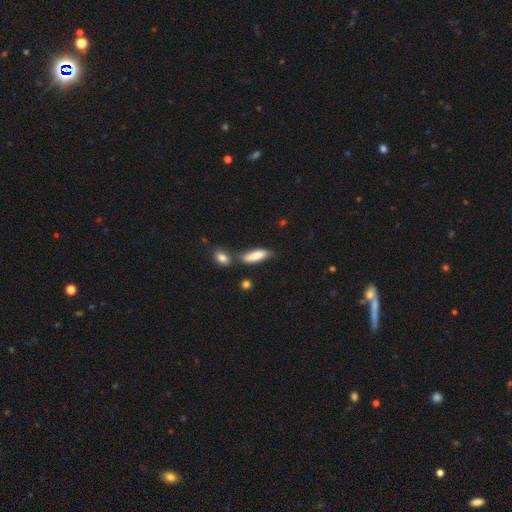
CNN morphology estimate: Overall: smooth (82%). How rounded: in between (54%; cigar-shaped 44%). Merging: none (61%).